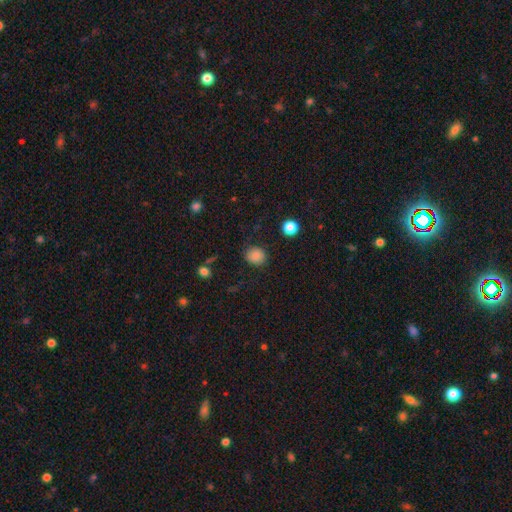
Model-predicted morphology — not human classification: smooth 85%, star or artifact 11%, featured or disk 4%. Down the decision tree: how rounded — round (78%); merging — none (85%).